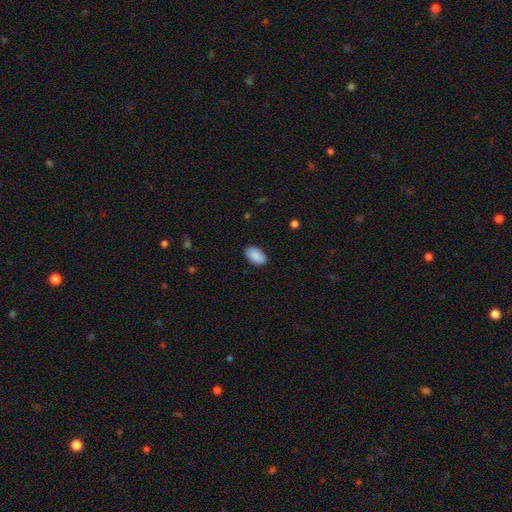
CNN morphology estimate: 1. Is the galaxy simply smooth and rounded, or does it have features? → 90% smooth, 6% star or artifact, 4% featured or disk.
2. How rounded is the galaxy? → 94% in between, 4% round, 1% cigar-shaped.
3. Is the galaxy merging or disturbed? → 87% none, 10% minor disturbance, 2% major disturbance, 1% merger.